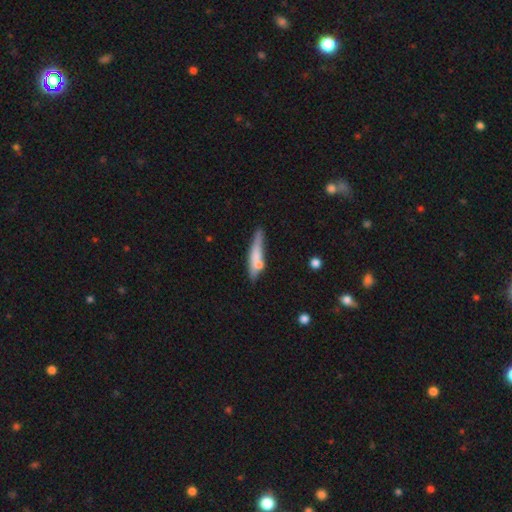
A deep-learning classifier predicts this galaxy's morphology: Smooth or featured?
  - smooth: 59% *
  - featured or disk: 34%
  - star or artifact: 7%
How rounded?
  - cigar-shaped: 84% *
  - in between: 14%
  - round: 3%
Merging?
  - none: 54% *
  - minor disturbance: 23%
  - merger: 15%
  - major disturbance: 8%